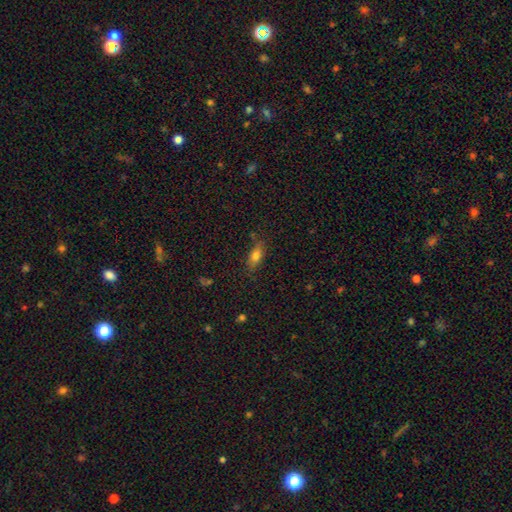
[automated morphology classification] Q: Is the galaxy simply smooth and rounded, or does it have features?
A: smooth — 76%.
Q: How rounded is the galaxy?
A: in between — 78%.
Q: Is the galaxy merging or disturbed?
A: none — 75%.